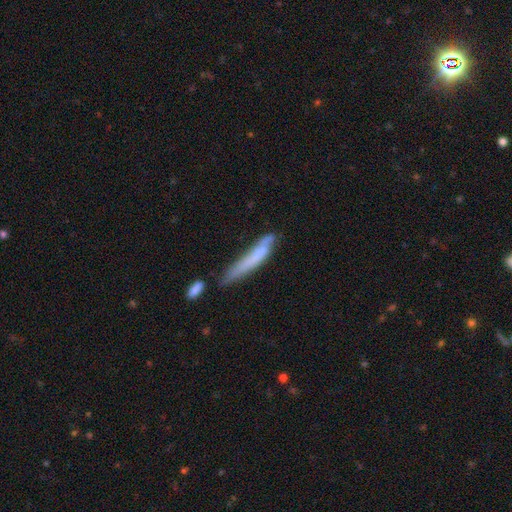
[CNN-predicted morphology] Smooth or featured?
  - smooth: 62% *
  - featured or disk: 30%
  - star or artifact: 8%
How rounded?
  - cigar-shaped: 91% *
  - in between: 7%
  - round: 1%
Merging?
  - none: 43% *
  - minor disturbance: 29%
  - merger: 14%
  - major disturbance: 13%